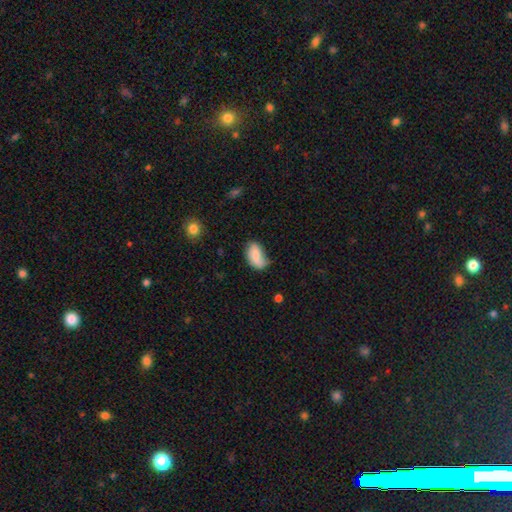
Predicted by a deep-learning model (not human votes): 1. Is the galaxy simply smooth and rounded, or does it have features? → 73% smooth, 19% featured or disk, 8% star or artifact.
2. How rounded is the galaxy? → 92% in between, 6% round, 3% cigar-shaped.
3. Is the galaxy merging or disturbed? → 49% none, 36% minor disturbance, 12% major disturbance, 4% merger.